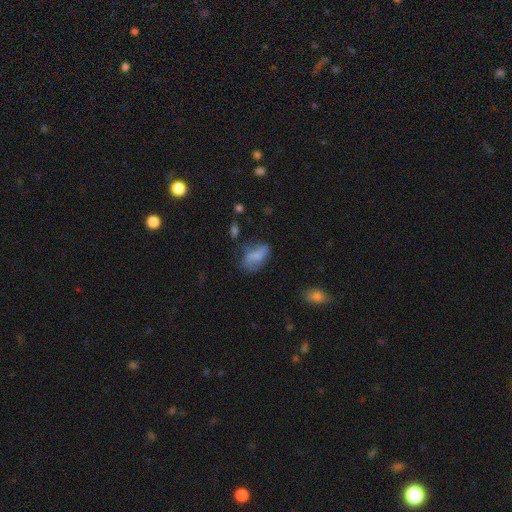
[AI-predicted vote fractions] Morphology: type=smooth (67%); roundness=in between (87%); merging=none (42%).